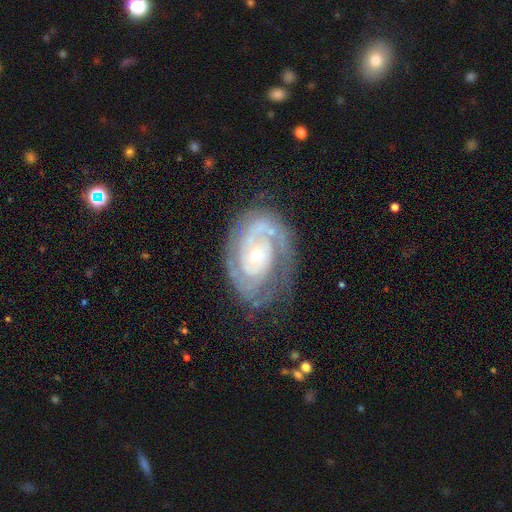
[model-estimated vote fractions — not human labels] Q: Smooth or featured?
A: featured or disk (87%); runner-up: smooth (7%)
Q: Edge-on disk?
A: no (97%); runner-up: yes (3%)
Q: Bar?
A: no (74%); runner-up: weak (21%)
Q: Spiral arms?
A: yes (94%); runner-up: no (6%)
Q: Spiral winding?
A: tight (66%); runner-up: medium (27%)
Q: Spiral arm count?
A: 2 (48%); runner-up: can't tell (22%)
Q: Bulge size?
A: small (70%); runner-up: moderate (25%)
Q: Merging?
A: none (68%); runner-up: minor disturbance (18%)